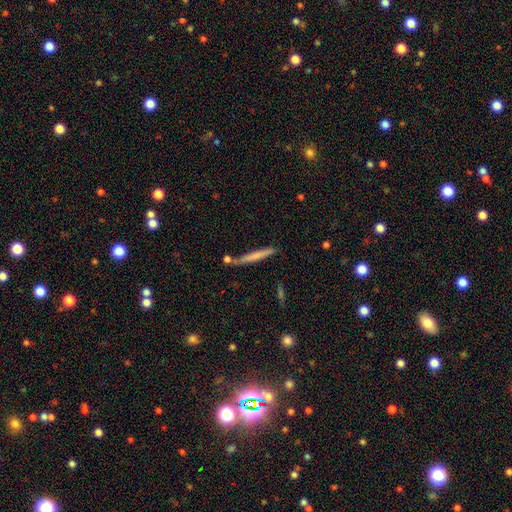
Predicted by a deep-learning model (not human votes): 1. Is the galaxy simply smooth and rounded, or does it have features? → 62% smooth, 31% featured or disk, 7% star or artifact.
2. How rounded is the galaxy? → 96% cigar-shaped, 3% in between, 1% round.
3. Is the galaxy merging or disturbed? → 78% none, 12% minor disturbance, 7% merger, 3% major disturbance.